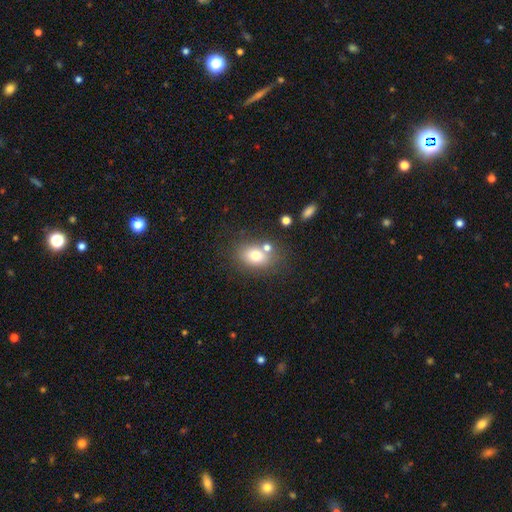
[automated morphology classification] This appears to be a smooth galaxy with no disk features (74%) that is in between round and cigar-shaped (68%). Merging: none (63%).